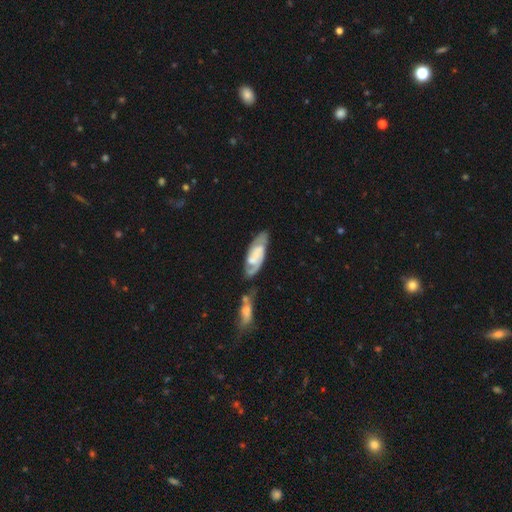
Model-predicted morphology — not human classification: A featured or disk galaxy (77%) with no bar (49%), 2 (77%) medium (44%) spiral arms (94%) and a small central bulge (43%).

Vote fractions:
- Smooth or featured? featured or disk: 77% / smooth: 18% / star or artifact: 5%
- Edge-on disk? no: 91% / yes: 9%
- Bar? no: 49% / weak: 38% / strong: 13%
- Spiral arms? yes: 94% / no: 6%
- Spiral winding? medium: 44% / tight: 43% / loose: 13%
- Spiral arm count? 2: 77% / can't tell: 11% / 3: 5% / 1: 3% / 4: 1% / more than 4: 1%
- Bulge size? small: 43% / none: 25% / moderate: 23% / large: 6% / dominant: 2%
- Merging? none: 58% / minor disturbance: 19% / merger: 14% / major disturbance: 8%